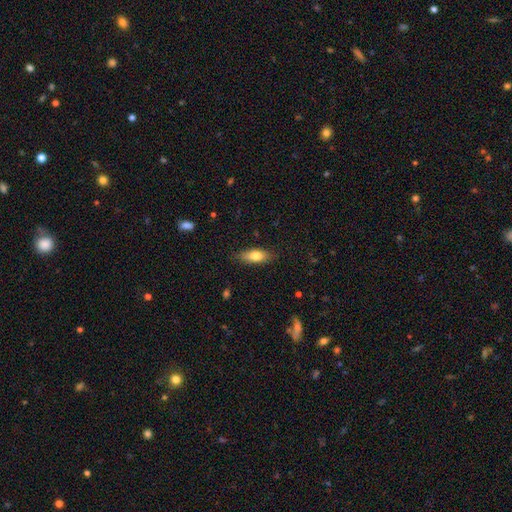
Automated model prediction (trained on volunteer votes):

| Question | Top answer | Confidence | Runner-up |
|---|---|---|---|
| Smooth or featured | smooth | 74% | featured or disk (19%) |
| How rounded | in between | 71% | cigar-shaped (26%) |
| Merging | none | 82% | minor disturbance (14%) |